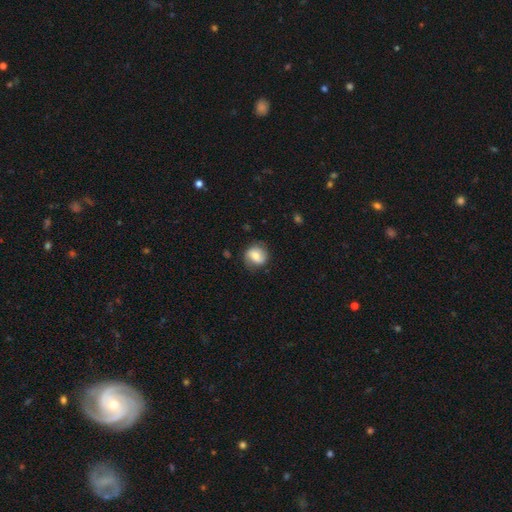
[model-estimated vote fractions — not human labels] A smooth galaxy with no disk features (64%) that is round (70%).

Vote fractions:
- Smooth or featured? smooth: 64% / featured or disk: 28% / star or artifact: 8%
- How rounded? round: 70% / in between: 29% / cigar-shaped: 1%
- Merging? none: 73% / minor disturbance: 20% / major disturbance: 6% / merger: 1%